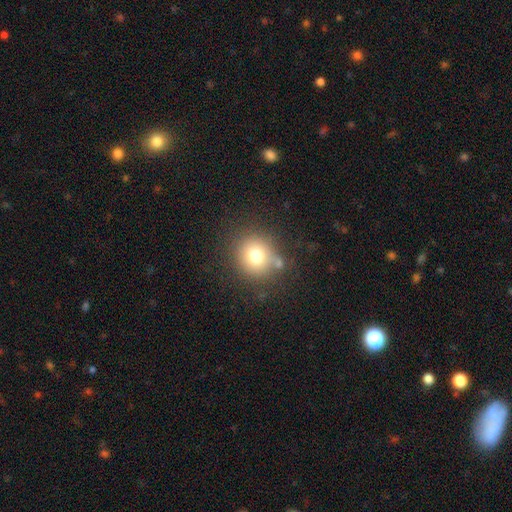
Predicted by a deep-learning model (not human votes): The model was most divided on "merging": none: 71%, minor disturbance: 15%, merger: 8%, major disturbance: 6%. More confident: how rounded — round (87%); smooth or featured — smooth (75%).